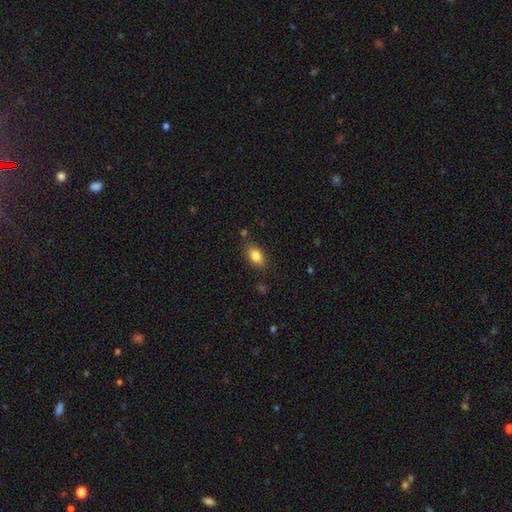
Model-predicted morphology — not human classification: Smooth or featured? Predicted: smooth (p=0.85). How rounded? Predicted: in between (p=0.87). Merging? Predicted: none (p=0.80).